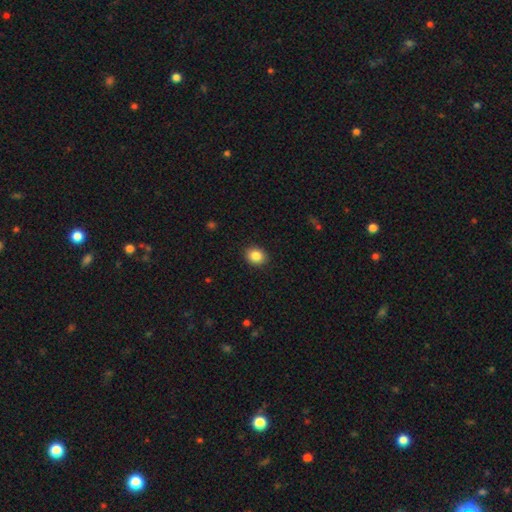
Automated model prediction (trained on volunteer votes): smooth-or-featured: smooth: 86% | star or artifact: 9% | featured or disk: 5%
  how-rounded: round: 62% | in between: 38% | cigar-shaped: 1%
  merging: none: 90% | minor disturbance: 7% | major disturbance: 2% | merger: 1%